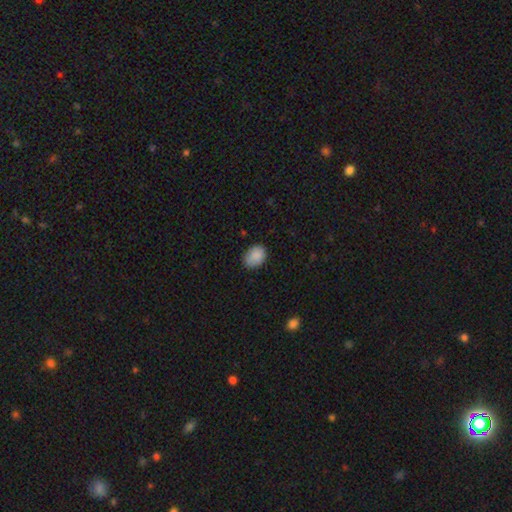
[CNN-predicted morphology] Smooth or featured? smooth (87%)
How rounded? in between (69%)
Merging? none (75%)